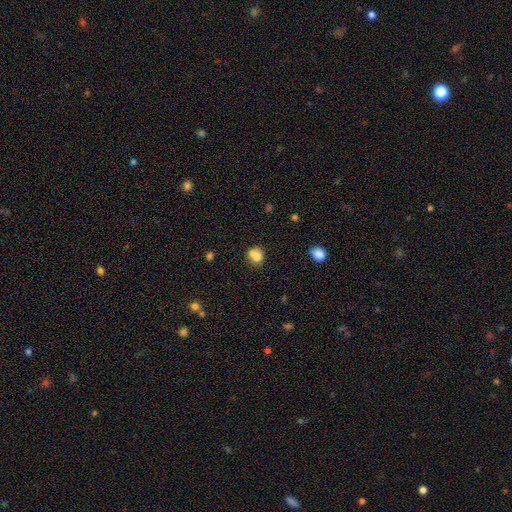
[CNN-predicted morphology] A smooth galaxy with no disk features (75%) that is round (66%). Merging: merger (43%).